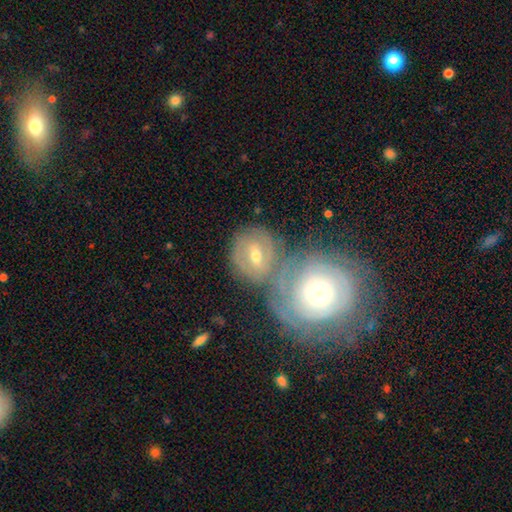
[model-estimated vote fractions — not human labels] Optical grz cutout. It shows a featured or disk galaxy (62%) with a weak bar (45%), spiral arms (77%) and a moderate central bulge (64%). Merging: none (45%).